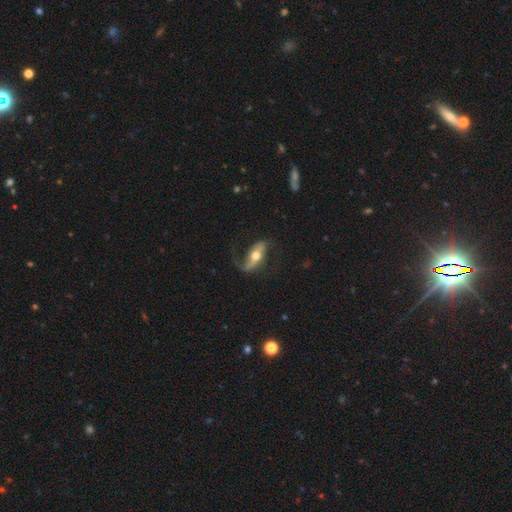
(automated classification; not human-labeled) A featured or disk galaxy (70%) with a strong bar (42%), spiral arms (82%) and a moderate central bulge (73%).

Vote fractions:
- Smooth or featured? featured or disk: 70% / smooth: 24% / star or artifact: 5%
- Edge-on disk? no: 74% / yes: 26%
- Bar? strong: 42% / no: 36% / weak: 22%
- Spiral arms? yes: 82% / no: 18%
- Bulge size? moderate: 73% / small: 15% / large: 9% / dominant: 2% / none: 1%
- Merging? none: 58% / minor disturbance: 21% / major disturbance: 19% / merger: 2%